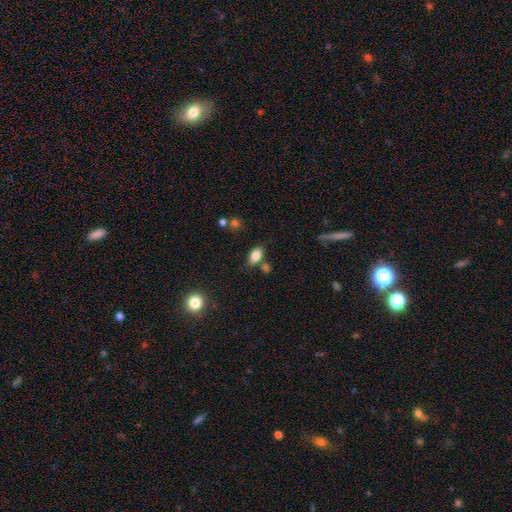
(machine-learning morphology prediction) The model was most divided on "merging": none: 71%, minor disturbance: 13%, merger: 12%, major disturbance: 4%. More confident: how rounded — in between (89%); smooth or featured — smooth (83%).